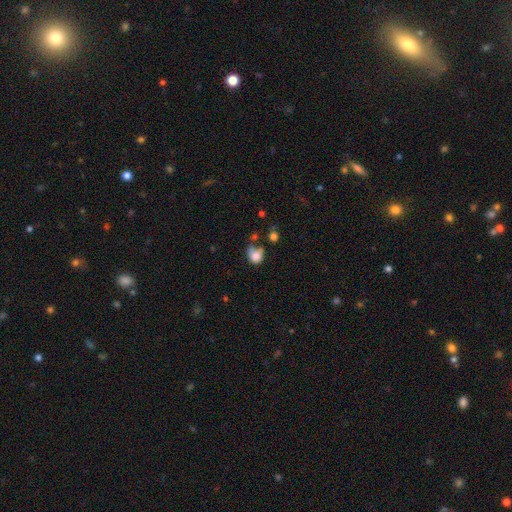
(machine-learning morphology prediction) smooth_or_featured: smooth (p=0.78) [alt: featured or disk p=0.12]
how_rounded: round (p=0.60) [alt: in between p=0.39]
merging: none (p=0.32) [alt: minor disturbance p=0.27]